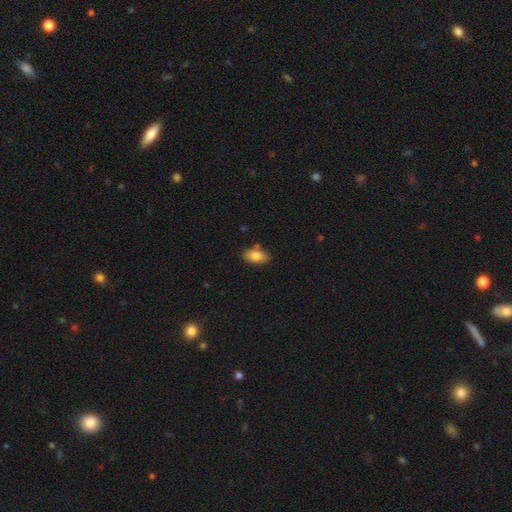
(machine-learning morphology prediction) This is clearly a smooth galaxy (82%). How rounded: clearly in between (91%). Merging: clearly none (80%).